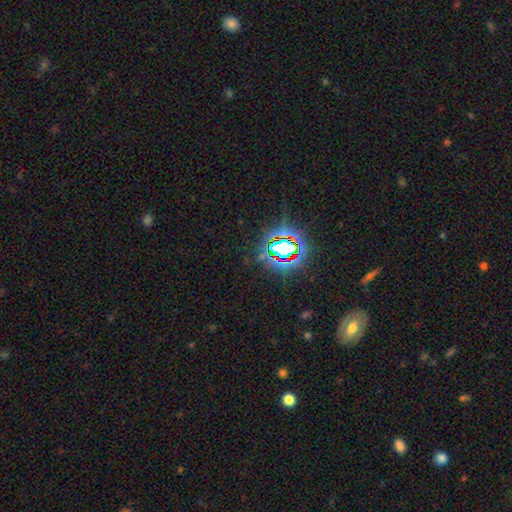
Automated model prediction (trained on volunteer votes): Overall: star or artifact (77%).